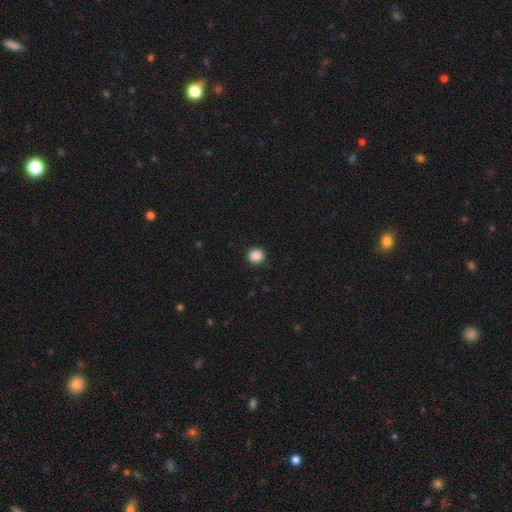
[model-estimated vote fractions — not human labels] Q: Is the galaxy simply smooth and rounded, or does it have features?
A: smooth — 89%.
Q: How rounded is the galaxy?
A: round — 90%.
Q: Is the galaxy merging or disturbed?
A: none — 91%.